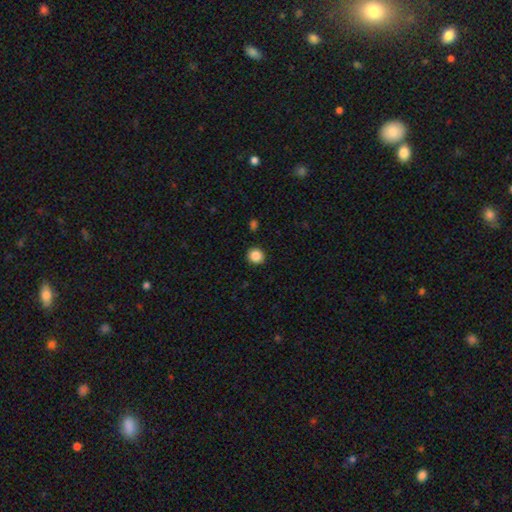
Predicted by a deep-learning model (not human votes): Q: Smooth or featured?
A: smooth (87%); runner-up: star or artifact (9%)
Q: How rounded?
A: round (90%); runner-up: in between (10%)
Q: Merging?
A: none (92%); runner-up: minor disturbance (5%)